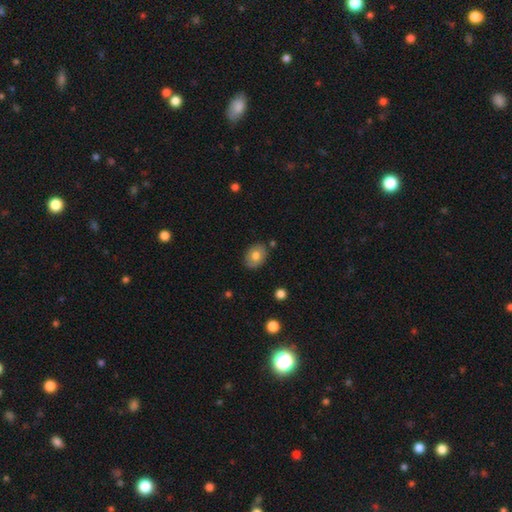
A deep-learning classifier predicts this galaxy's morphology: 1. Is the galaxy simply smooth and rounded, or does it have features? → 68% smooth, 24% featured or disk, 8% star or artifact.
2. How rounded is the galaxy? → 65% in between, 34% round, 1% cigar-shaped.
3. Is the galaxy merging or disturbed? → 82% none, 13% minor disturbance, 3% major disturbance, 2% merger.